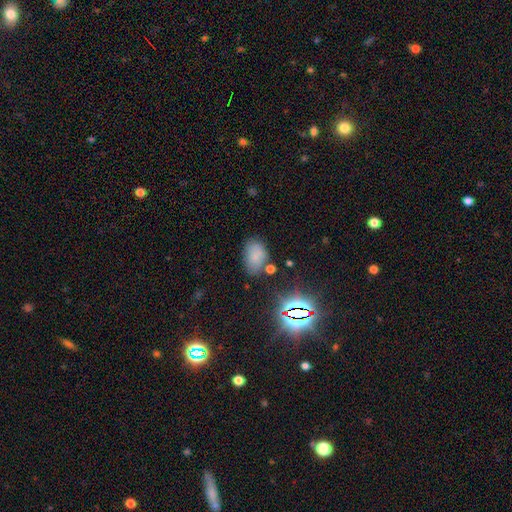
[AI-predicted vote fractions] Q: Smooth or featured?
A: smooth (69%); runner-up: star or artifact (22%)
Q: How rounded?
A: in between (88%); runner-up: round (11%)
Q: Merging?
A: none (69%); runner-up: minor disturbance (19%)